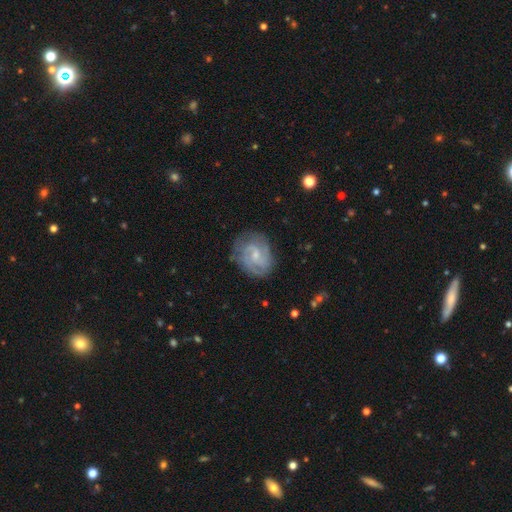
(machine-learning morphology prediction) Smooth or featured? Predicted: featured or disk (p=0.78). Edge-on disk? Predicted: no (p=0.98). Bar? Predicted: no (p=0.50). Spiral arms? Predicted: yes (p=0.93). Spiral winding? Predicted: tight (p=0.46). Spiral arm count? Predicted: 2 (p=0.38). Bulge size? Predicted: small (p=0.63). Merging? Predicted: none (p=0.72).